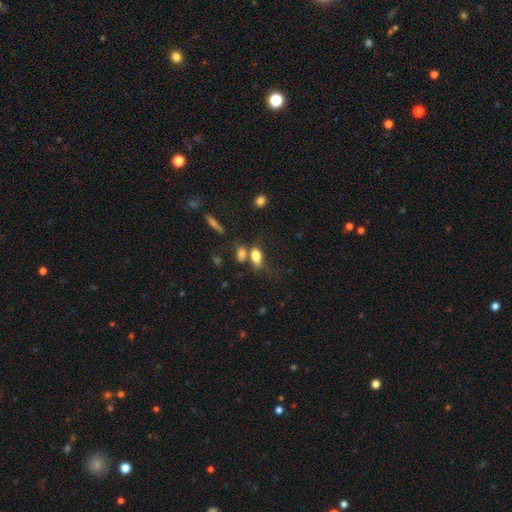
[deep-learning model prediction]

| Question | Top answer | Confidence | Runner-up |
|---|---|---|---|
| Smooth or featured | smooth | 78% | featured or disk (12%) |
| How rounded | in between | 83% | round (10%) |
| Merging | none | 40% | merger (34%) |